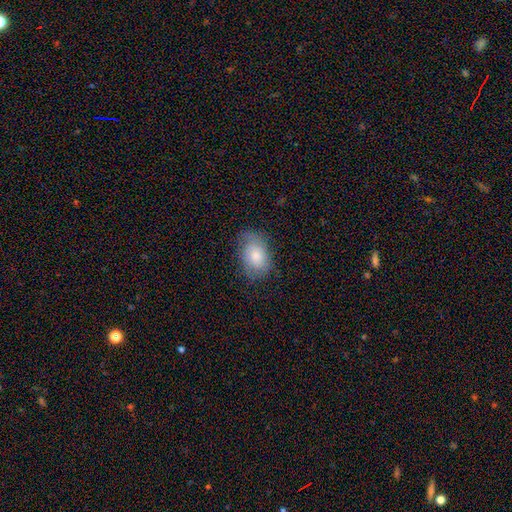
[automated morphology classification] type=smooth (64%); roundness=in between (82%); merging=none (69%).